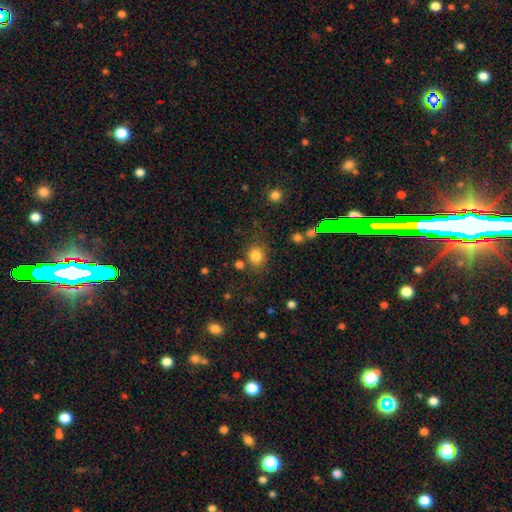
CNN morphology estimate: Smooth or featured?
  - smooth: 82% *
  - star or artifact: 12%
  - featured or disk: 6%
How rounded?
  - round: 74% *
  - in between: 25%
  - cigar-shaped: 1%
Merging?
  - none: 75% *
  - minor disturbance: 13%
  - merger: 6%
  - major disturbance: 6%